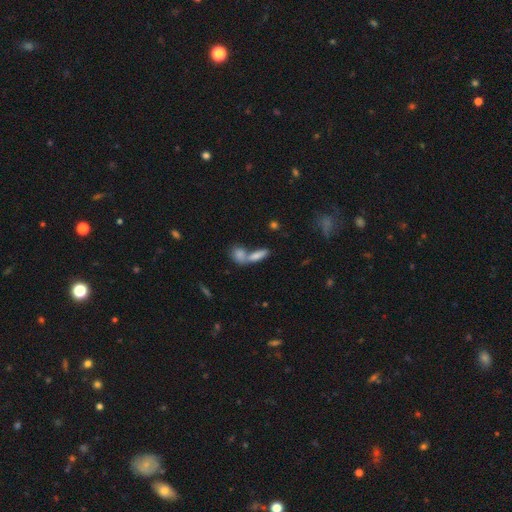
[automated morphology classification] Overall: smooth (72%). How rounded: in between (60%; cigar-shaped 32%). Merging: merger (51%; none 38%).